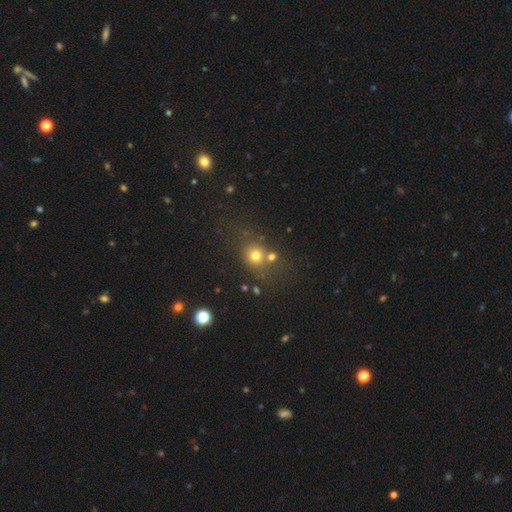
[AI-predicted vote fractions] A smooth galaxy with no disk features (71%) that is round (78%).

Vote fractions:
- Smooth or featured? smooth: 71% / star or artifact: 19% / featured or disk: 10%
- How rounded? round: 78% / in between: 21% / cigar-shaped: 1%
- Merging? none: 64% / merger: 19% / minor disturbance: 12% / major disturbance: 6%